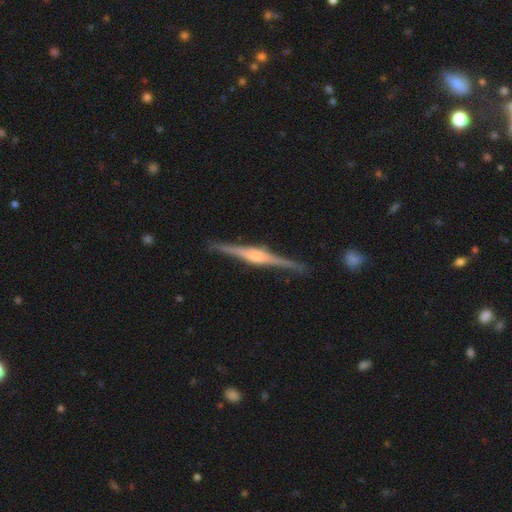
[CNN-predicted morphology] featured or disk 83%, smooth 12%, star or artifact 5%. Down the decision tree: edge-on disk — yes (98%); edge-on bulge — rounded (68%); merging — none (87%).